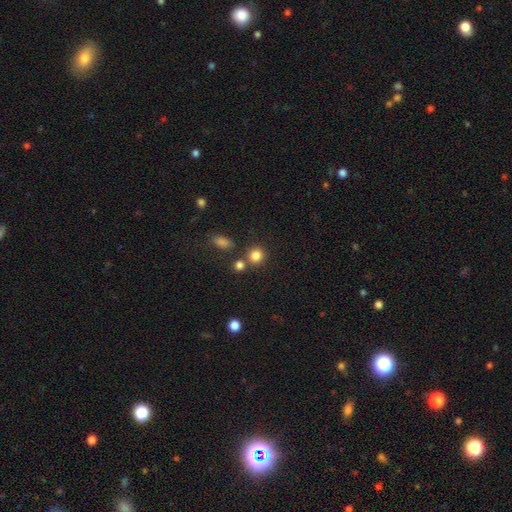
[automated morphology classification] type=smooth (83%); roundness=round (86%); merging=none (73%).